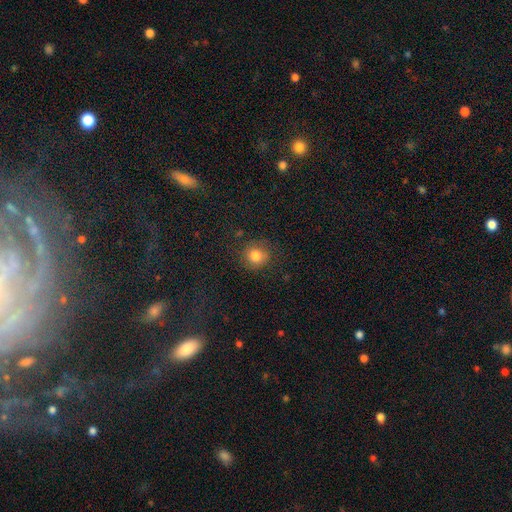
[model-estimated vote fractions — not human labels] smooth_or_featured: smooth (p=0.81) [alt: star or artifact p=0.12]
how_rounded: round (p=0.88) [alt: in between p=0.11]
merging: none (p=0.82) [alt: minor disturbance p=0.11]